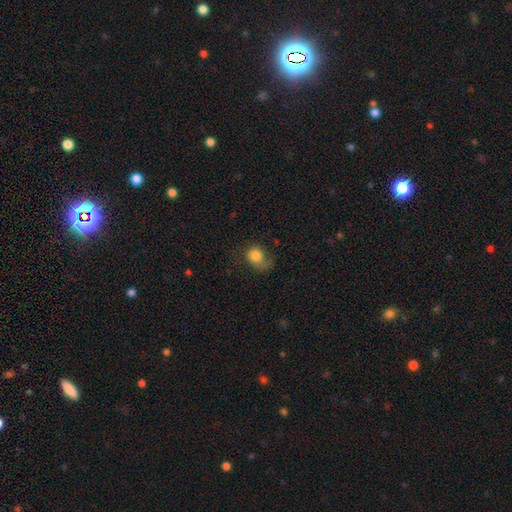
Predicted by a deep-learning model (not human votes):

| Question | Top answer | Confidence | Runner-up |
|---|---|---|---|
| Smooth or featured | smooth | 72% | featured or disk (18%) |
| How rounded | round | 66% | in between (33%) |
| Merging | none | 43% | major disturbance (29%) |